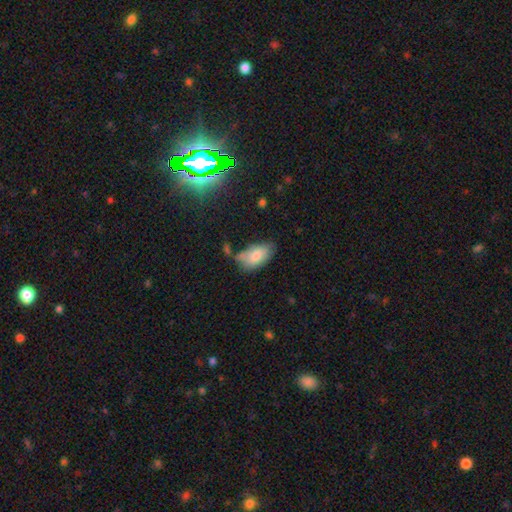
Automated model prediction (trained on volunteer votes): smooth-or-featured: smooth: 77% | featured or disk: 16% | star or artifact: 7%
  how-rounded: in between: 94% | round: 4% | cigar-shaped: 3%
  merging: none: 56% | minor disturbance: 28% | merger: 9% | major disturbance: 8%